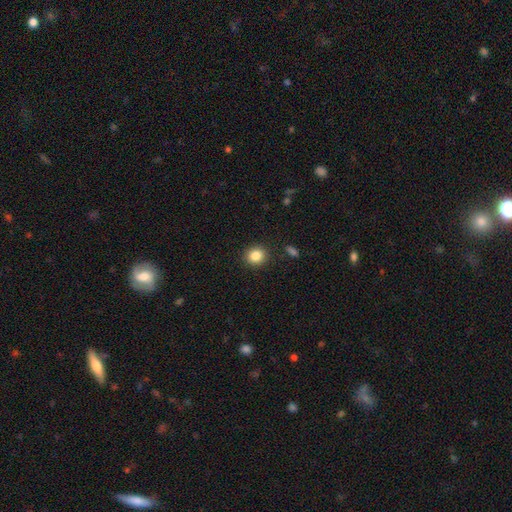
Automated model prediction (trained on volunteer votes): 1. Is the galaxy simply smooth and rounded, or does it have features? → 85% smooth, 10% star or artifact, 5% featured or disk.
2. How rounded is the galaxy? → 83% round, 16% in between, 1% cigar-shaped.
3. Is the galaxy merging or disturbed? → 90% none, 7% minor disturbance, 2% major disturbance, 1% merger.